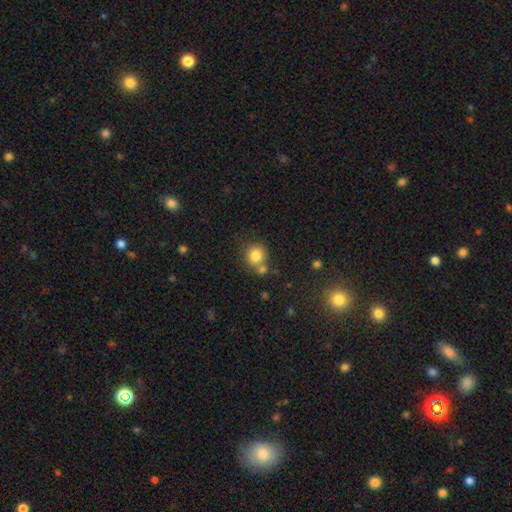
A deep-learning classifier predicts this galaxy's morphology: A smooth galaxy with no disk features (81%) that is round (86%). Merging: none (59%).